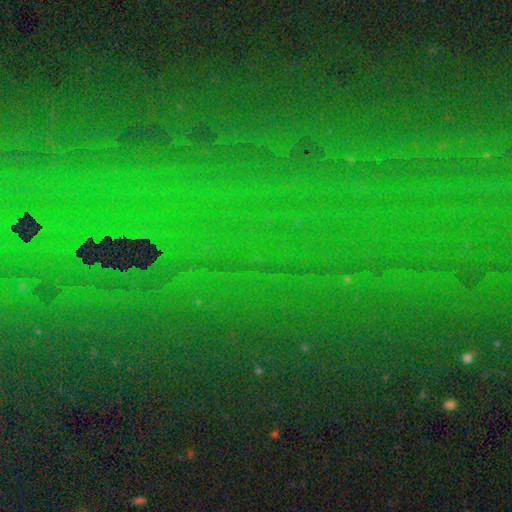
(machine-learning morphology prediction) Smooth or featured? star or artifact (80%)